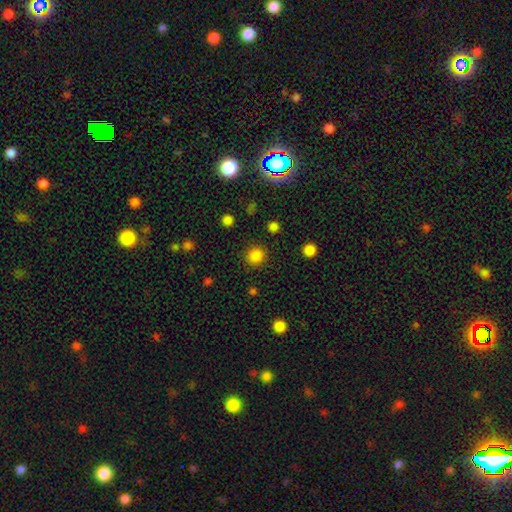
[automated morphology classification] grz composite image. It shows a smooth galaxy with no disk features (84%) that is round (89%). Merging: none (89%).